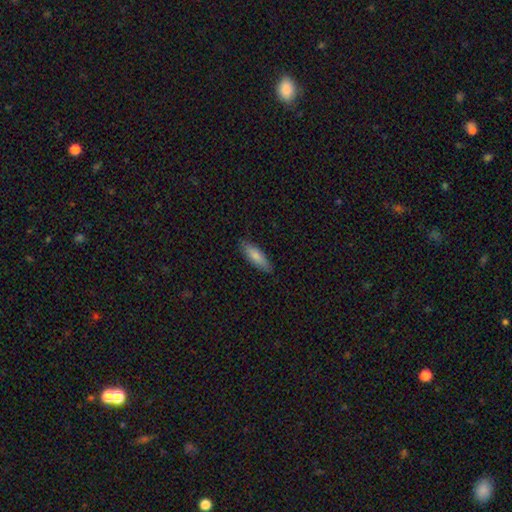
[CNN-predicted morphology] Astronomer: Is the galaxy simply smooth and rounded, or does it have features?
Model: smooth — 83%.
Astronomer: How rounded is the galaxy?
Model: in between — 52% (runner-up: cigar-shaped, 46%).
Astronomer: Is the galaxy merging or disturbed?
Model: none — 85%.